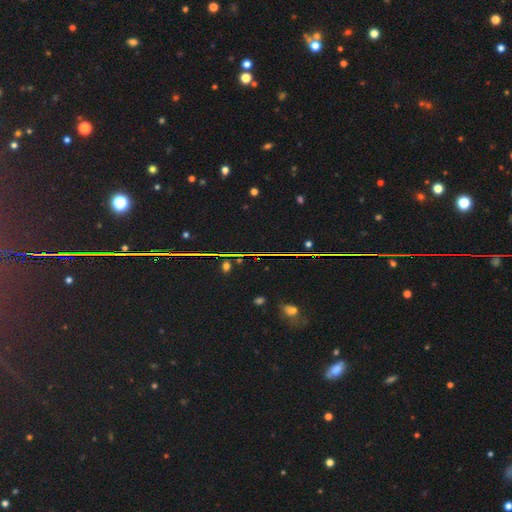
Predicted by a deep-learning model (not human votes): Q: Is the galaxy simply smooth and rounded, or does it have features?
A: star or artifact — 77%.